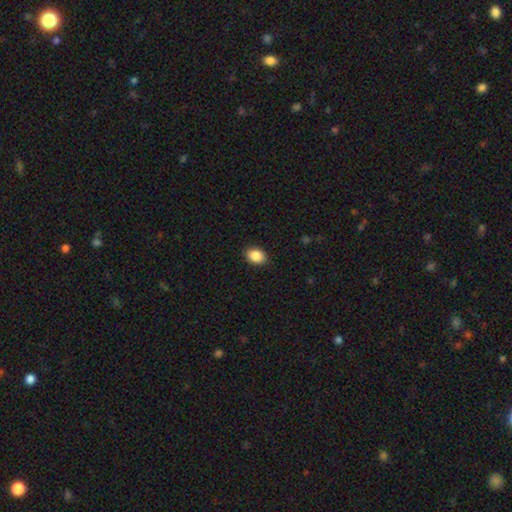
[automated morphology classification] Smooth or featured: smooth — 88% (star or artifact — 8%)
How rounded: in between — 69% (round — 30%)
Merging: none — 88% (minor disturbance — 9%)